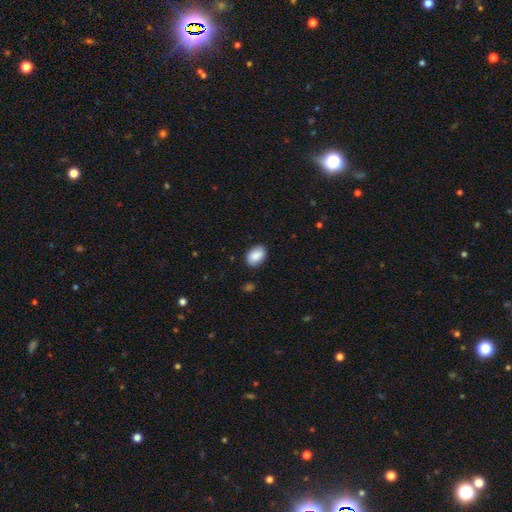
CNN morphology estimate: Smooth or featured?
  - smooth: 86% *
  - featured or disk: 7%
  - star or artifact: 7%
How rounded?
  - in between: 81% *
  - round: 17%
  - cigar-shaped: 1%
Merging?
  - none: 86% *
  - minor disturbance: 11%
  - major disturbance: 2%
  - merger: 1%